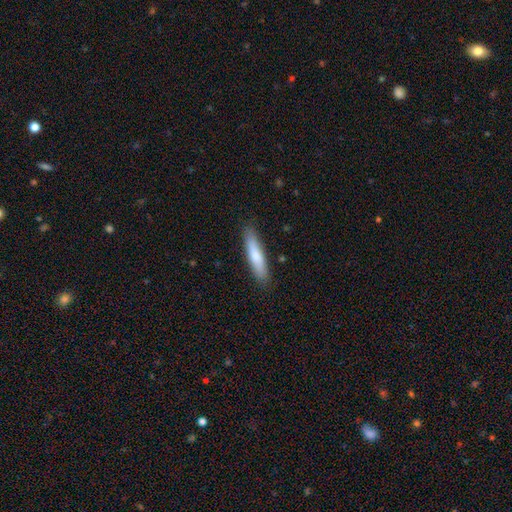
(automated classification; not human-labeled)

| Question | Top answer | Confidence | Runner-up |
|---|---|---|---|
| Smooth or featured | smooth | 76% | featured or disk (18%) |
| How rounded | cigar-shaped | 85% | in between (14%) |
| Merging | none | 87% | minor disturbance (10%) |